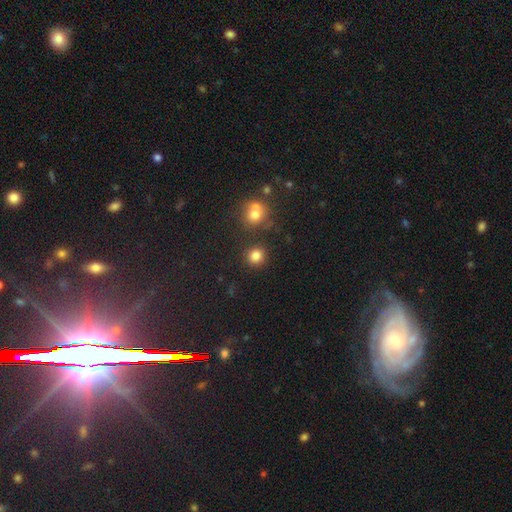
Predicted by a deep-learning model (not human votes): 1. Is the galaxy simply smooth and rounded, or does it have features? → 82% smooth, 13% star or artifact, 5% featured or disk.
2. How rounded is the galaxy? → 87% round, 12% in between, 1% cigar-shaped.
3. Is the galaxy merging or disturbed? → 84% none, 8% minor disturbance, 5% merger, 3% major disturbance.